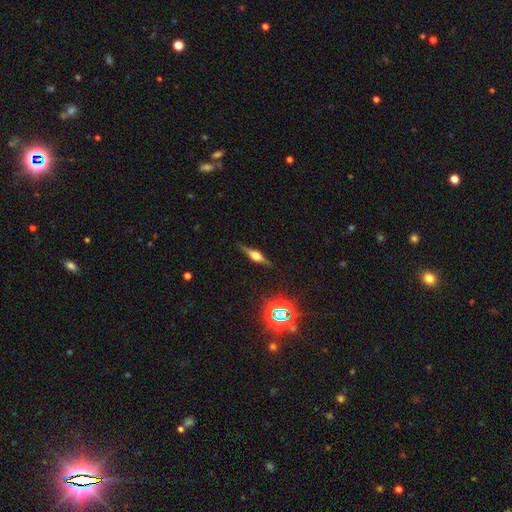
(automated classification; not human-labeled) Morphology: type=featured or disk (70%); edge-on=yes (96%); edge-on bulge=rounded (88%); merging=none (85%).